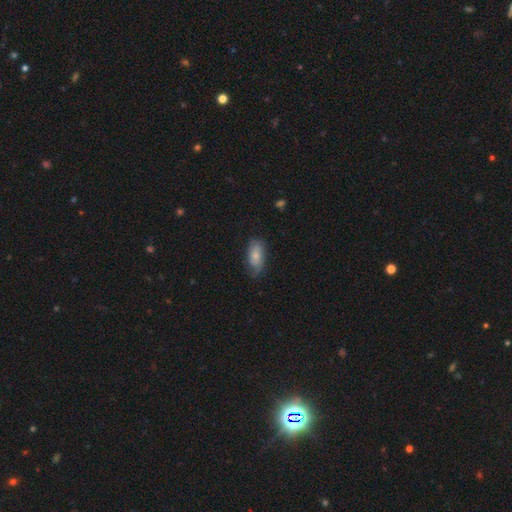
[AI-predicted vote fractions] A smooth galaxy with no disk features (58%) that is in between round and cigar-shaped (90%).

Vote fractions:
- Smooth or featured? smooth: 58% / featured or disk: 35% / star or artifact: 7%
- How rounded? in between: 90% / cigar-shaped: 6% / round: 4%
- Merging? none: 62% / minor disturbance: 28% / major disturbance: 9% / merger: 1%